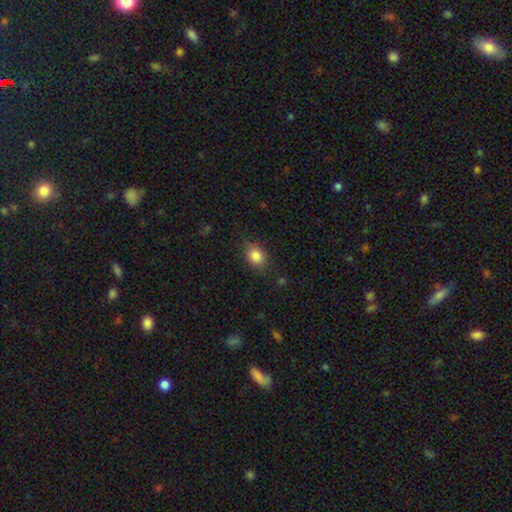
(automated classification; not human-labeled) Overall: smooth (84%). How rounded: in between (56%; round 43%). Merging: none (77%).